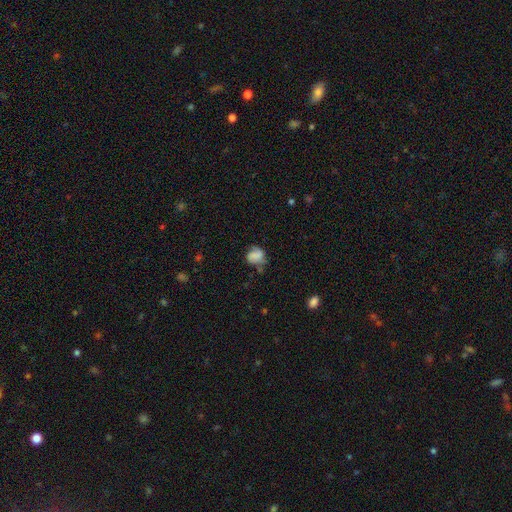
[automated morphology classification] A smooth galaxy with no disk features (66%) that is round (59%). Merging: none (51%).